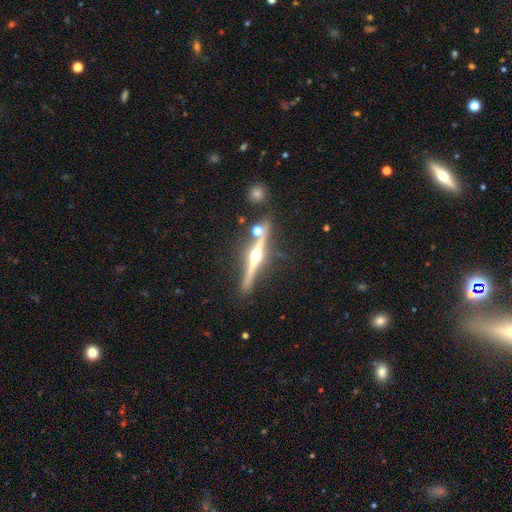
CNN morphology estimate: Smooth or featured?
  - featured or disk: 83% *
  - smooth: 10%
  - star or artifact: 7%
Edge-on disk?
  - yes: 97% *
  - no: 3%
Edge-on bulge?
  - rounded: 96% *
  - none: 2%
  - boxy: 2%
Merging?
  - none: 81% *
  - minor disturbance: 9%
  - merger: 7%
  - major disturbance: 3%